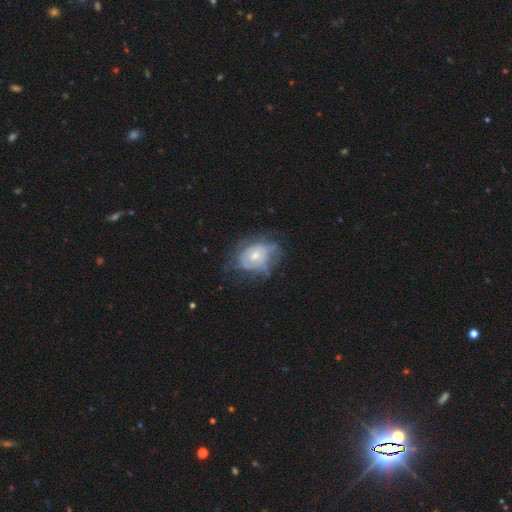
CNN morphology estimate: Overall: featured or disk (65%; smooth 27%). Edge-on disk: no (97%). Bar: no (74%). Spiral arms: yes (64%; no 36%). Bulge size: moderate (52%; small 40%). Merging: none (49%; minor disturbance 28%).